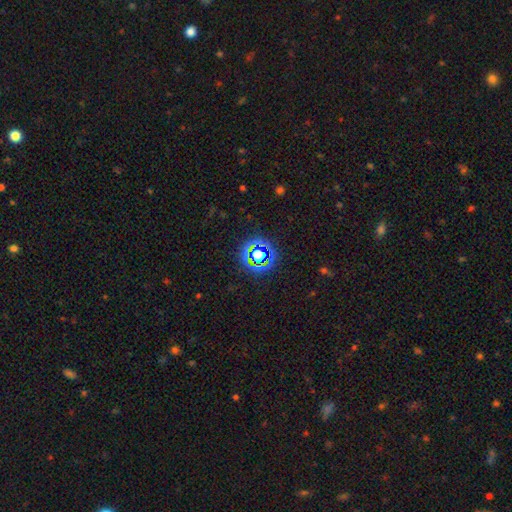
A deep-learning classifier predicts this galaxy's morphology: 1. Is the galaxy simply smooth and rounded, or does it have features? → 74% star or artifact, 17% smooth, 9% featured or disk.